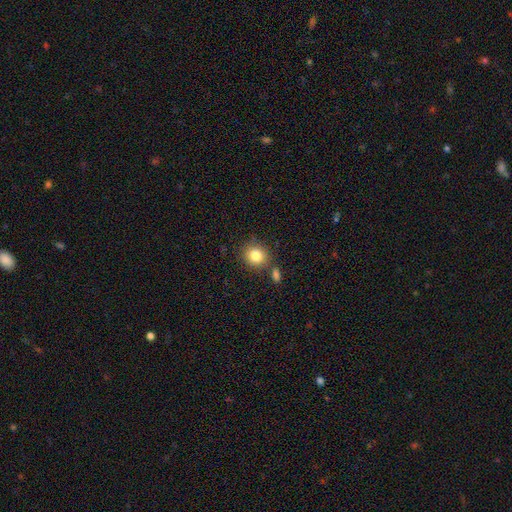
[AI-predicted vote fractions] A smooth galaxy with no disk features (84%) that is round (83%). Merging: none (75%).